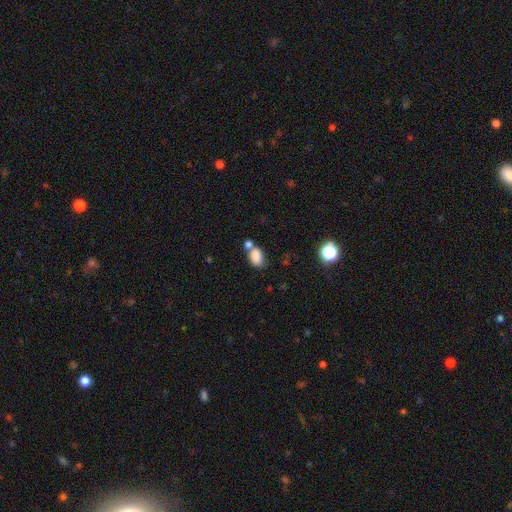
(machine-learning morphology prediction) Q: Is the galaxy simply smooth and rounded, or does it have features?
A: smooth — 82%.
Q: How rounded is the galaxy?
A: in between — 83%.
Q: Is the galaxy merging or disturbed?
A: none — 41%.